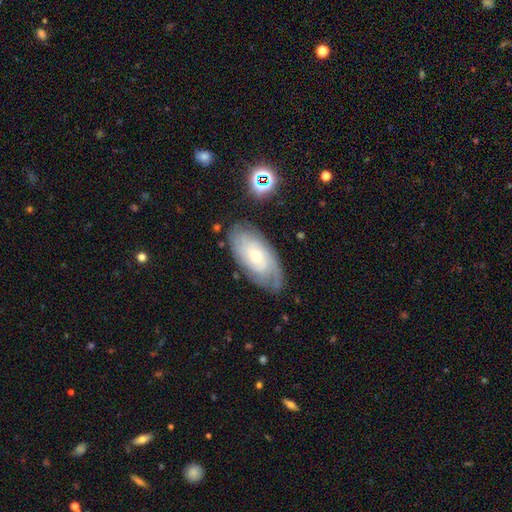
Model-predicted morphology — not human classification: The model was most divided on "spiral arm count": can't tell: 52%, 2: 22%, 3: 11%, 4: 7%, 1: 4%, more than 4: 4%. More confident: edge-on disk — no (92%); spiral arms — yes (90%); merging — none (77%); smooth or featured — featured or disk (72%); spiral winding — tight (70%); bar — no (68%); bulge size — small (64%).